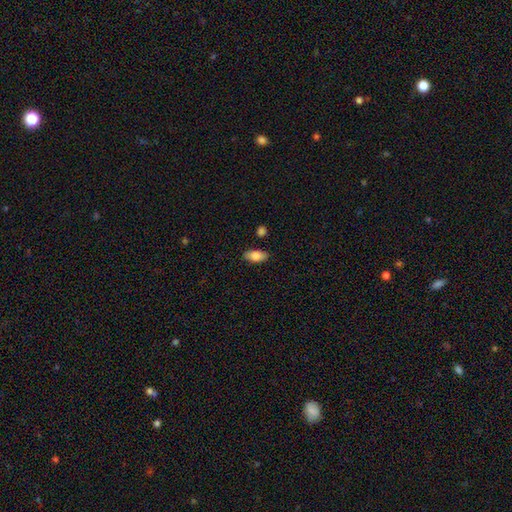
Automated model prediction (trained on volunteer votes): A smooth galaxy with no disk features (81%) that is in between round and cigar-shaped (90%).

Vote fractions:
- Smooth or featured? smooth: 81% / featured or disk: 13% / star or artifact: 7%
- How rounded? in between: 90% / cigar-shaped: 7% / round: 3%
- Merging? none: 86% / minor disturbance: 10% / merger: 2% / major disturbance: 2%